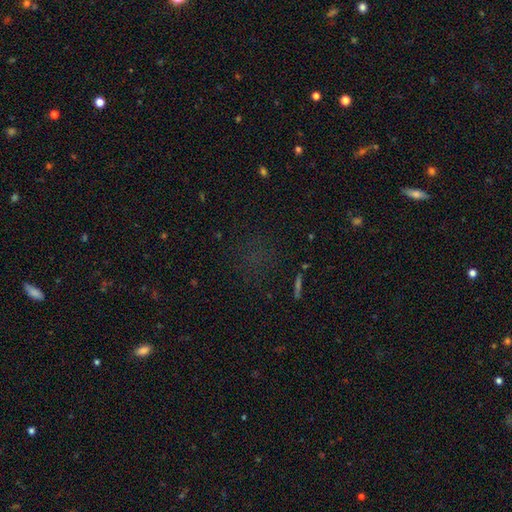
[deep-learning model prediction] Smooth or featured? Predicted: star or artifact (p=0.56).